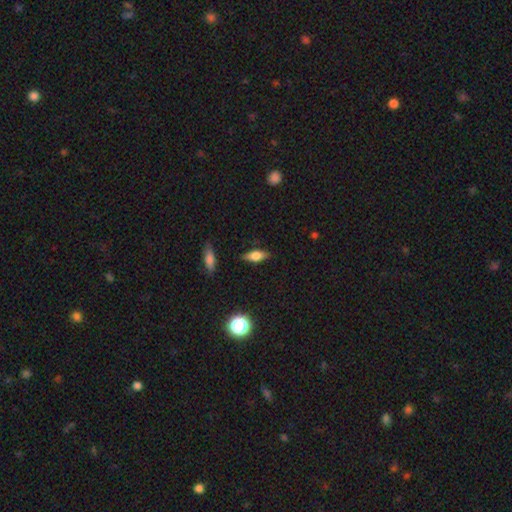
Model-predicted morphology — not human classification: Q: Smooth or featured?
A: smooth (58%); runner-up: featured or disk (33%)
Q: How rounded?
A: in between (69%); runner-up: cigar-shaped (26%)
Q: Merging?
A: none (84%); runner-up: minor disturbance (12%)